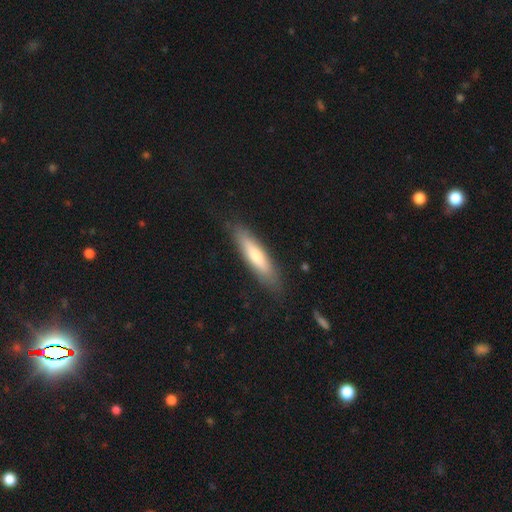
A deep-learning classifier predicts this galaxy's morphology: Smooth or featured?
  - smooth: 62% *
  - featured or disk: 32%
  - star or artifact: 6%
How rounded?
  - cigar-shaped: 73% *
  - in between: 25%
  - round: 2%
Merging?
  - none: 84% *
  - minor disturbance: 12%
  - major disturbance: 3%
  - merger: 1%